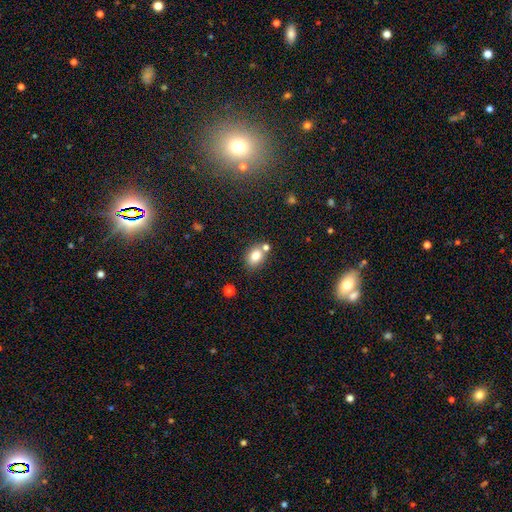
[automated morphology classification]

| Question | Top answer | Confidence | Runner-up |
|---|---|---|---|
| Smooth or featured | smooth | 81% | star or artifact (10%) |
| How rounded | in between | 62% | round (37%) |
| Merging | none | 64% | merger (20%) |